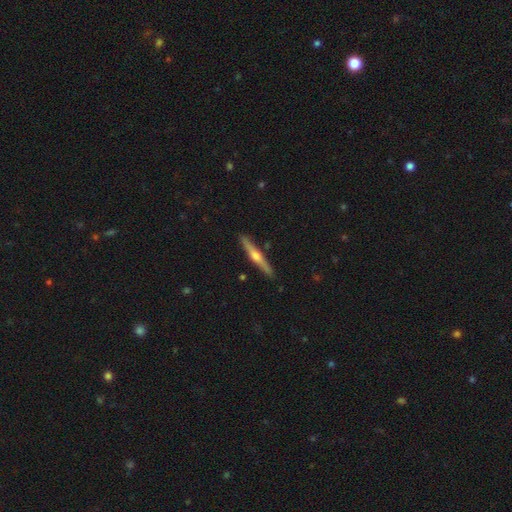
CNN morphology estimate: Smooth or featured: featured or disk — 71% (smooth — 23%)
Edge-on disk: yes — 98% (no — 2%)
Edge-on bulge: rounded — 88% (none — 6%)
Merging: none — 91% (minor disturbance — 6%)